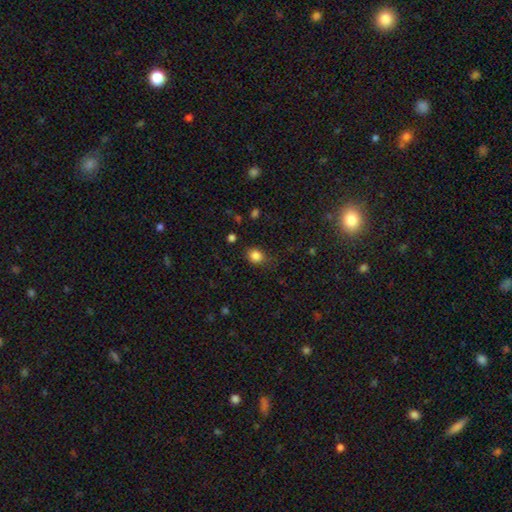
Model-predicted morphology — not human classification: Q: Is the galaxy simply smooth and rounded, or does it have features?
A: smooth — 84%.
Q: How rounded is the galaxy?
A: round — 63%.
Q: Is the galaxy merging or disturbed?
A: none — 75%.